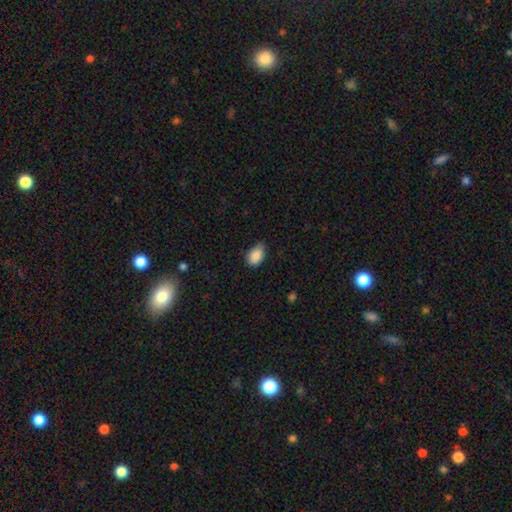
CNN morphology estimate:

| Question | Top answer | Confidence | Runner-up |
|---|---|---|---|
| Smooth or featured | smooth | 88% | star or artifact (8%) |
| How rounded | in between | 85% | round (14%) |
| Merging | none | 58% | minor disturbance (36%) |